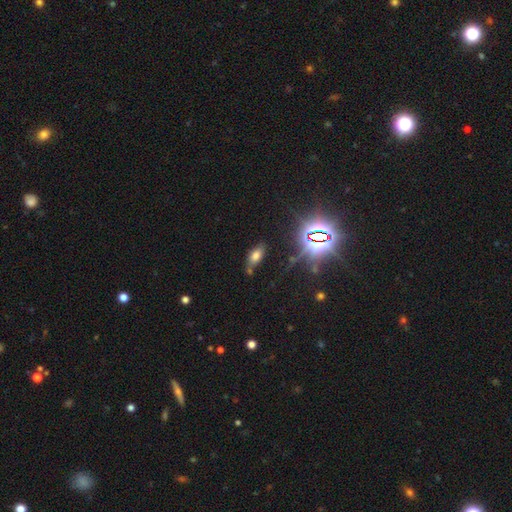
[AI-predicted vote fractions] Smooth or featured: smooth — 61% (star or artifact — 25%)
How rounded: in between — 84% (cigar-shaped — 11%)
Merging: none — 67% (minor disturbance — 18%)